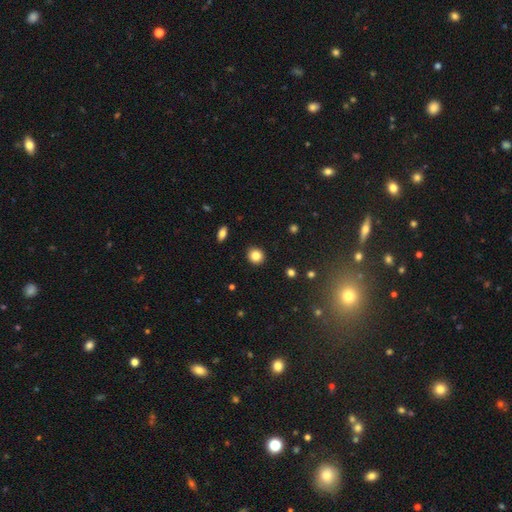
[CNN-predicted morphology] A smooth galaxy with no disk features (84%) that is round (86%). Merging: none (92%).